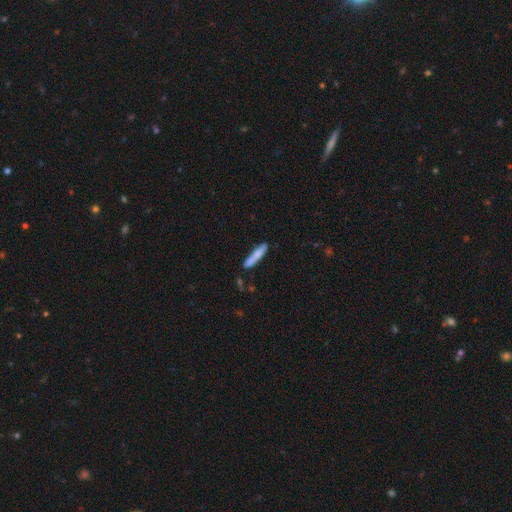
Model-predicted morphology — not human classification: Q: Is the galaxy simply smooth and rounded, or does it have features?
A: smooth — 73%.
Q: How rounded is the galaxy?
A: cigar-shaped — 89%.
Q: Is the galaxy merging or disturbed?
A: none — 76%.